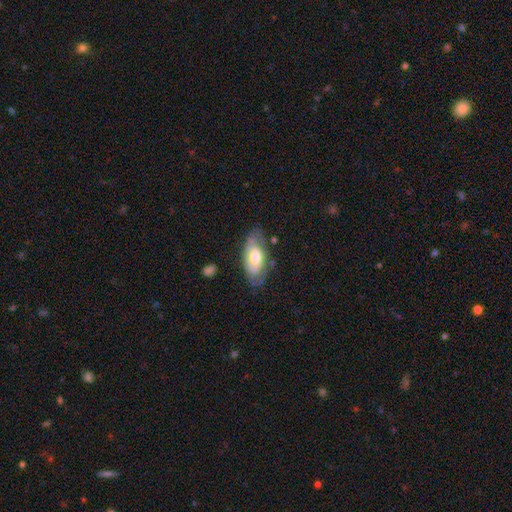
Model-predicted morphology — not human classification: Smooth or featured? featured or disk (52%)
Edge-on disk? no (84%)
Merging? none (72%)